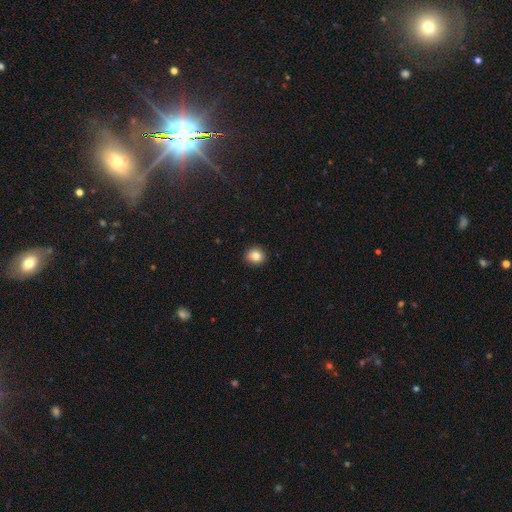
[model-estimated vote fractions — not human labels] The model was most divided on "how rounded": round: 81%, in between: 18%, cigar-shaped: 1%. More confident: merging — none (85%); smooth or featured — smooth (83%).